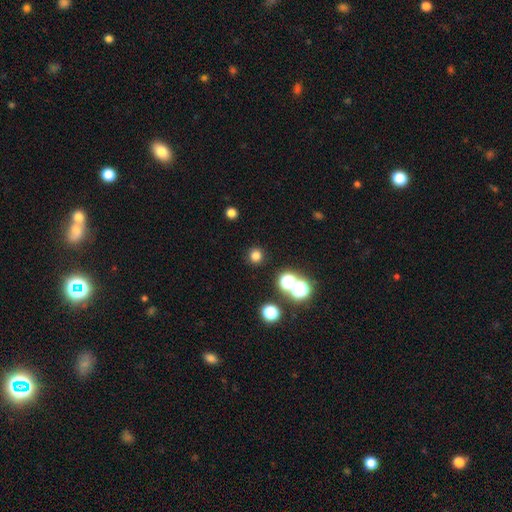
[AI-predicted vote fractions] A smooth galaxy with no disk features (74%) that is round (93%).

Vote fractions:
- Smooth or featured? smooth: 74% / star or artifact: 20% / featured or disk: 6%
- How rounded? round: 93% / in between: 6% / cigar-shaped: 1%
- Merging? none: 89% / minor disturbance: 6% / merger: 3% / major disturbance: 3%